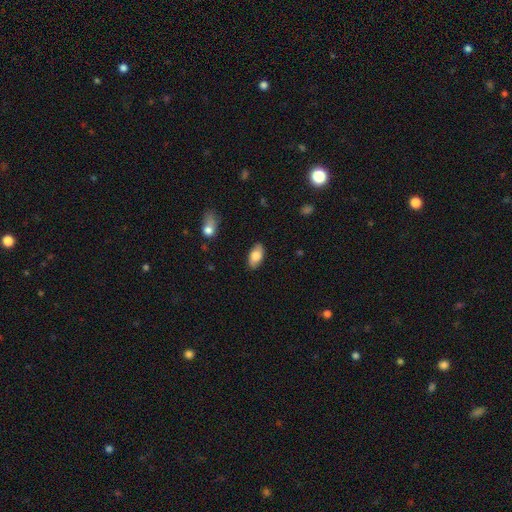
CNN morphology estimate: Smooth or featured? smooth (74%)
How rounded? in between (93%)
Merging? none (85%)